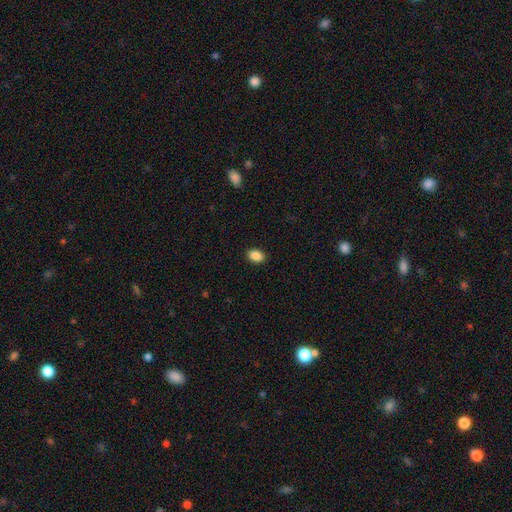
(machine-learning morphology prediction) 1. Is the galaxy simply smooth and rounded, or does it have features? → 89% smooth, 8% star or artifact, 3% featured or disk.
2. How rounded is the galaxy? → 77% in between, 22% round, 1% cigar-shaped.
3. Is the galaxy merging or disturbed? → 90% none, 7% minor disturbance, 2% major disturbance, 1% merger.